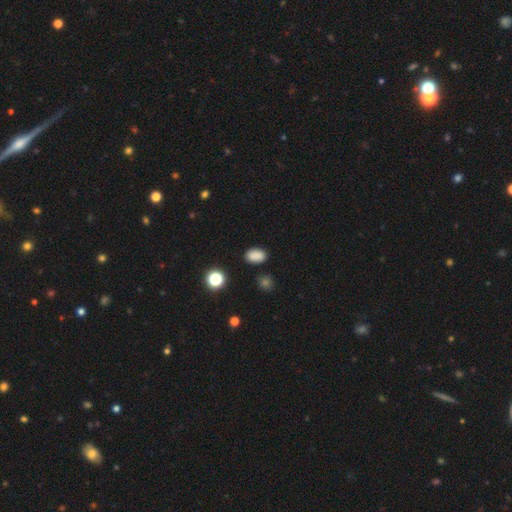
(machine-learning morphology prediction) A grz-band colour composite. It shows a smooth galaxy with no disk features (85%) that is in between round and cigar-shaped (85%). Merging: none (86%).